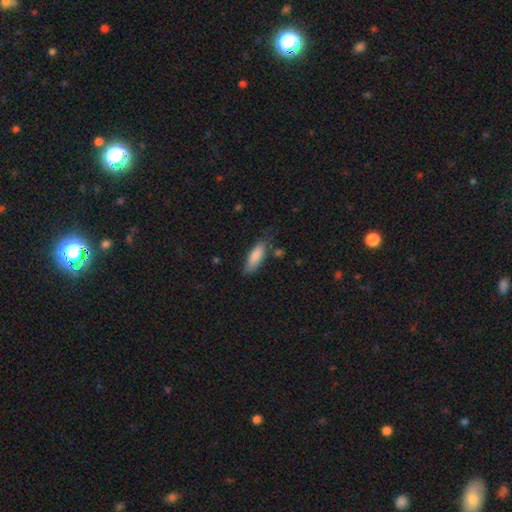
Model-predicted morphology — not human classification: type=smooth (85%); roundness=in between (62%); merging=none (66%).